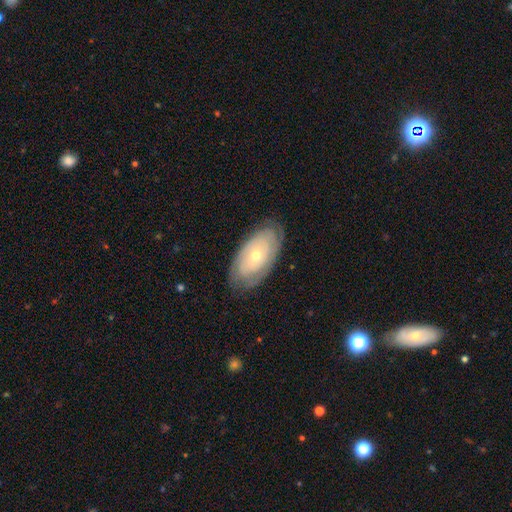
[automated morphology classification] smooth_or_featured: featured or disk (p=0.66) [alt: smooth p=0.27]
disk_edge_on: no (p=0.92) [alt: yes p=0.08]
bar: no (p=0.80) [alt: weak p=0.15]
has_spiral_arms: yes (p=0.73) [alt: no p=0.27]
bulge_size: small (p=0.63) [alt: moderate p=0.34]
merging: none (p=0.78) [alt: minor disturbance p=0.16]